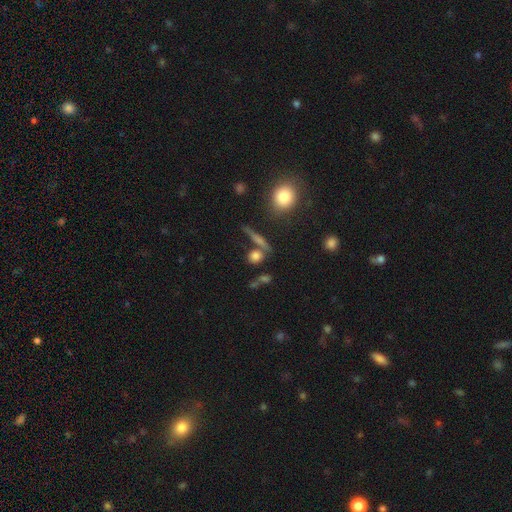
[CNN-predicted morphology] Smooth or featured? smooth (71%)
How rounded? round (60%)
Merging? none (65%)